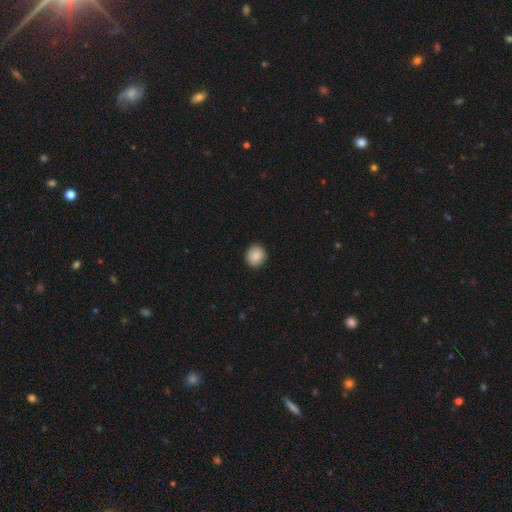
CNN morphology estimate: Smooth or featured: smooth — 87% (star or artifact — 8%)
How rounded: round — 83% (in between — 16%)
Merging: none — 89% (minor disturbance — 8%)